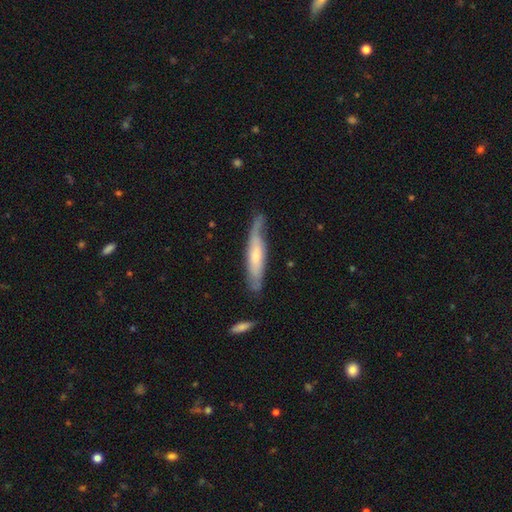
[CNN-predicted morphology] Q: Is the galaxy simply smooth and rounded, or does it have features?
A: featured or disk — 52%.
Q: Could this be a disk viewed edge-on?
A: yes — 60%.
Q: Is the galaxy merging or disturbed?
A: none — 61%.